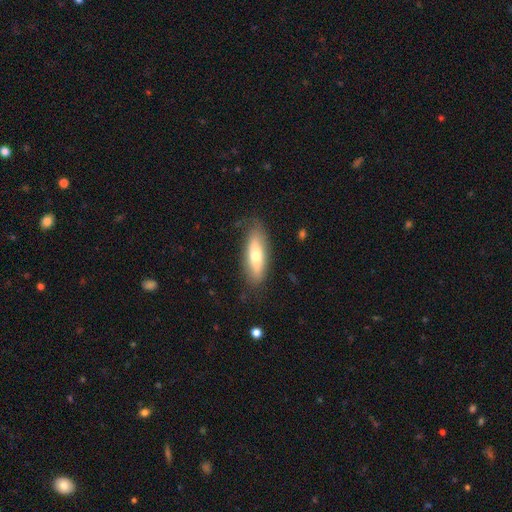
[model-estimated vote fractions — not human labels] Morphology: type=smooth (63%); roundness=in between (56%); merging=none (76%).